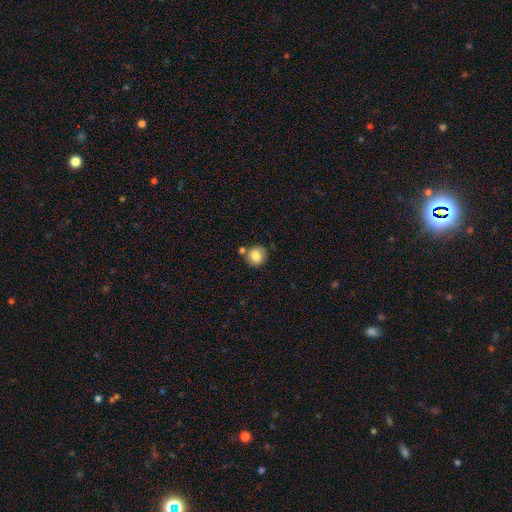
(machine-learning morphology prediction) Smooth or featured?
  - smooth: 83% *
  - star or artifact: 9%
  - featured or disk: 9%
How rounded?
  - round: 84% *
  - in between: 15%
  - cigar-shaped: 1%
Merging?
  - none: 67% *
  - minor disturbance: 15%
  - merger: 14%
  - major disturbance: 4%